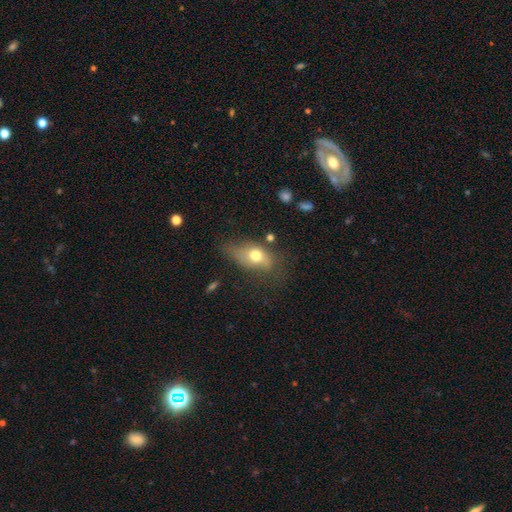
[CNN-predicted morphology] Overall: smooth (66%). How rounded: in between (80%). Merging: none (45%; minor disturbance 33%).